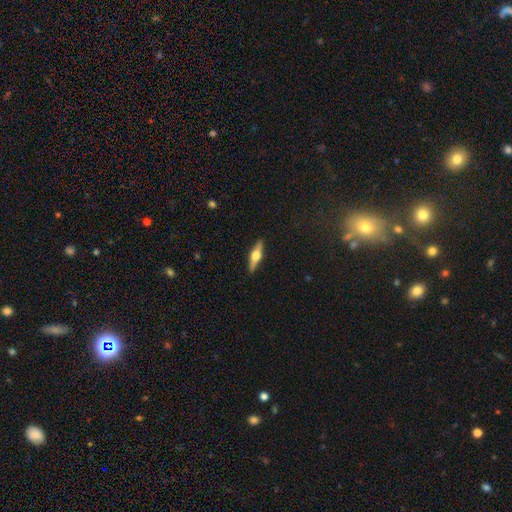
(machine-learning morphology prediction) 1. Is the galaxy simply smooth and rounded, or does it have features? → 65% featured or disk, 30% smooth, 5% star or artifact.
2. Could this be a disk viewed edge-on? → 96% yes, 4% no.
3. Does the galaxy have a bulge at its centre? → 95% rounded, 3% boxy, 2% none.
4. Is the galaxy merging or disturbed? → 91% none, 7% minor disturbance, 2% major disturbance, 1% merger.